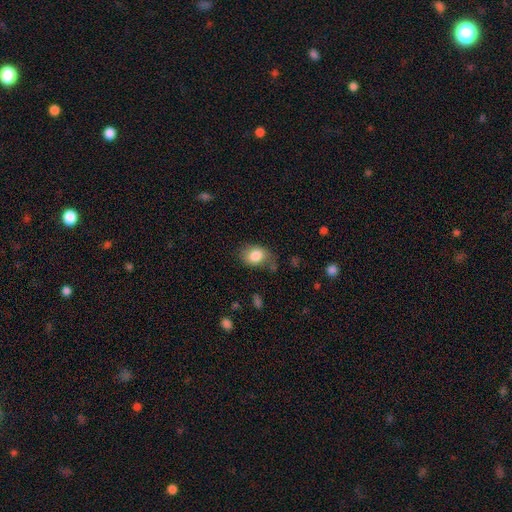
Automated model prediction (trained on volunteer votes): Smooth or featured?
  - smooth: 83% *
  - featured or disk: 9%
  - star or artifact: 8%
How rounded?
  - in between: 63% *
  - round: 36%
  - cigar-shaped: 1%
Merging?
  - none: 63% *
  - minor disturbance: 25%
  - major disturbance: 9%
  - merger: 3%